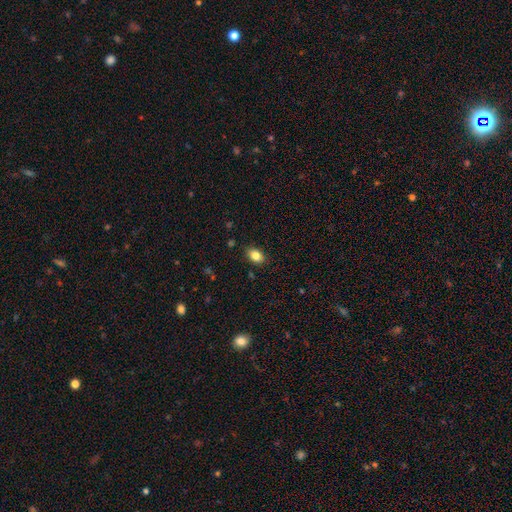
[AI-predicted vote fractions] The model was most divided on "how rounded": in between: 81%, round: 18%, cigar-shaped: 1%. More confident: merging — none (86%); smooth or featured — smooth (84%).